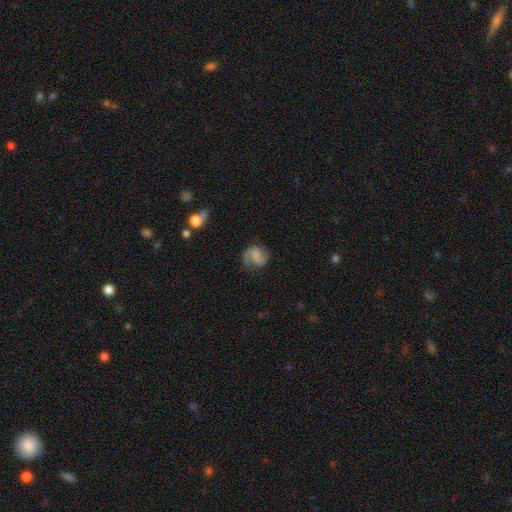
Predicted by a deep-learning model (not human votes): smooth-or-featured: featured or disk: 66% | smooth: 25% | star or artifact: 8%
  disk-edge-on: no: 98% | yes: 2%
    bar: no: 45% | weak: 42% | strong: 13%
    has-spiral-arms: yes: 94% | no: 6%
      spiral-winding: medium: 45% | loose: 37% | tight: 18%
      spiral-arm-count: 2: 79% | 1: 13% | can't tell: 5% | 3: 1% | 4: 1% | more than 4: 1%
    bulge-size: none: 54% | small: 22% | moderate: 15% | large: 7% | dominant: 2%
  merging: none: 67% | minor disturbance: 20% | major disturbance: 11% | merger: 2%